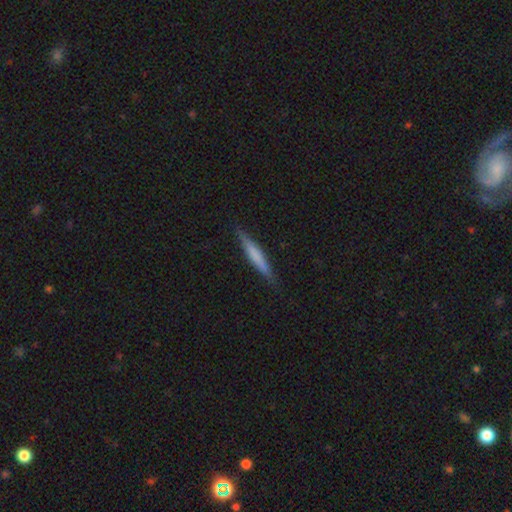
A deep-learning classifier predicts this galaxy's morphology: type=smooth (58%); roundness=cigar-shaped (94%); merging=none (89%).